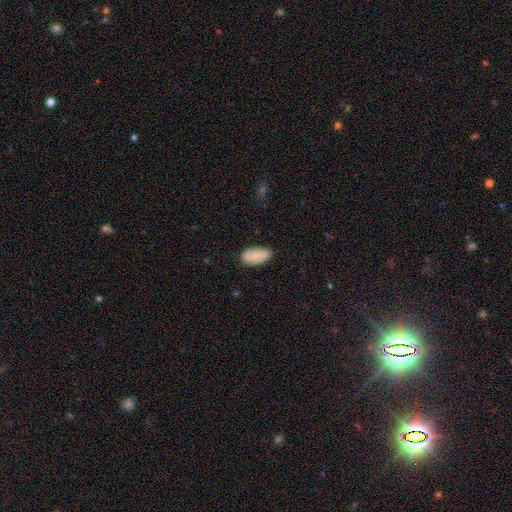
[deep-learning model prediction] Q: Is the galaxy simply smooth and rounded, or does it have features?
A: smooth — 72%.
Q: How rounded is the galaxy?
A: in between — 94%.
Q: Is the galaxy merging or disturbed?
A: none — 77%.